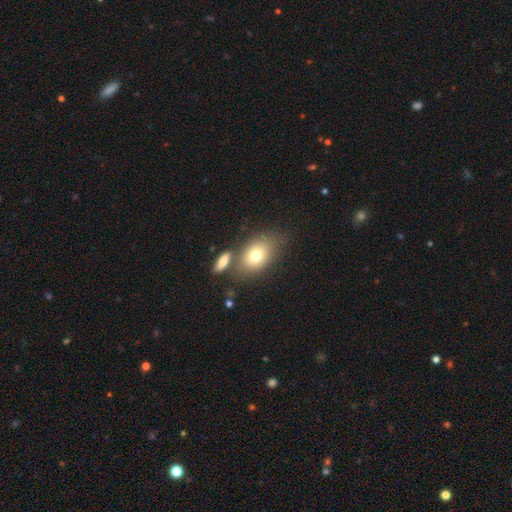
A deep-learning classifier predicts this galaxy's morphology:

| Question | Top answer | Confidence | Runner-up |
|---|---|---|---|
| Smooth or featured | smooth | 75% | featured or disk (16%) |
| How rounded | in between | 81% | round (17%) |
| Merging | none | 59% | merger (21%) |